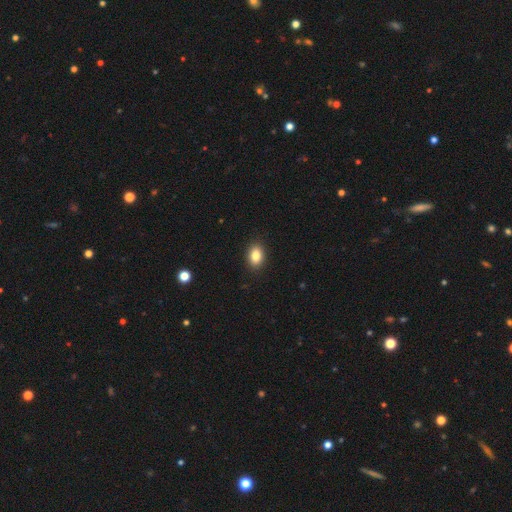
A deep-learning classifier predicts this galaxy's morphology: Smooth or featured?
  - smooth: 85% *
  - star or artifact: 9%
  - featured or disk: 6%
How rounded?
  - in between: 78% *
  - round: 20%
  - cigar-shaped: 1%
Merging?
  - none: 90% *
  - minor disturbance: 7%
  - major disturbance: 2%
  - merger: 1%